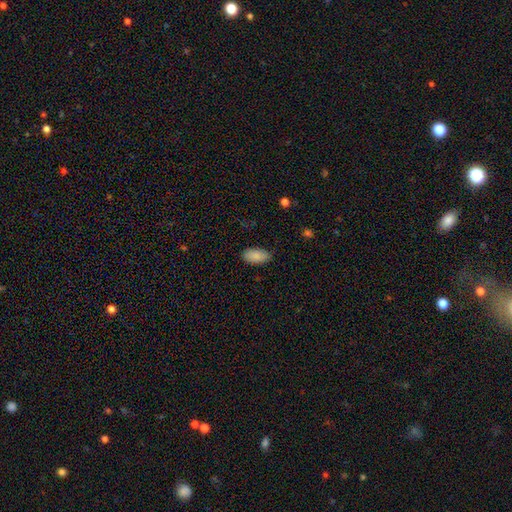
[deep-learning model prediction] This appears to be a smooth galaxy with no disk features (89%) that is in between round and cigar-shaped (94%). Merging: none (83%).